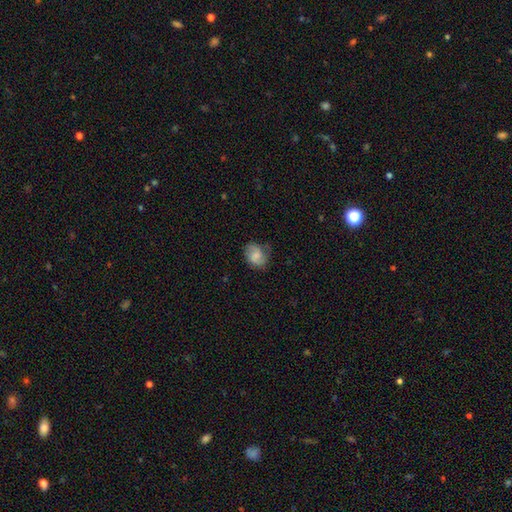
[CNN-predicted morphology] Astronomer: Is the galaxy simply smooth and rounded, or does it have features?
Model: smooth — 59%.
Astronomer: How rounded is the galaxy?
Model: in between — 50% (runner-up: round, 48%).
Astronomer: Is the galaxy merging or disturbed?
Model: none — 60%.